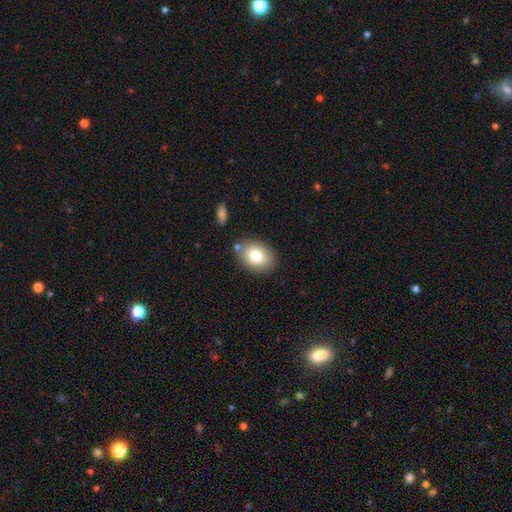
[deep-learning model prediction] Smooth or featured? smooth (80%)
How rounded? in between (69%)
Merging? none (79%)